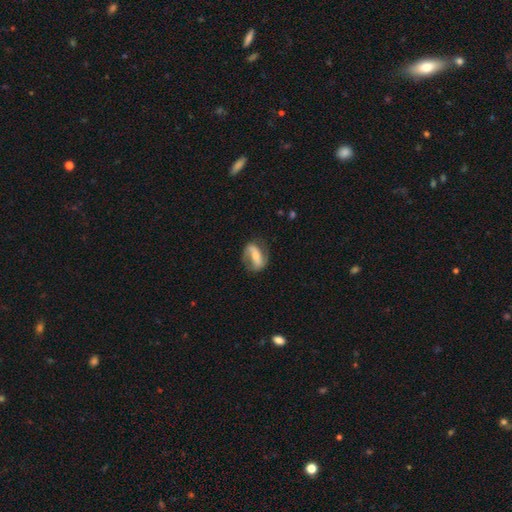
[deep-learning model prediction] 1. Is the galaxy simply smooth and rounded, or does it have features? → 67% featured or disk, 27% smooth, 6% star or artifact.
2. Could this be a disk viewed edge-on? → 92% no, 8% yes.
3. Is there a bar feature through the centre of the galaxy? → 57% strong, 24% weak, 19% no.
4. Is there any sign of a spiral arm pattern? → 79% yes, 21% no.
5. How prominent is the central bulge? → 46% small, 43% moderate, 5% large, 5% none, 2% dominant.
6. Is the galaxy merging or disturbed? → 68% none, 20% minor disturbance, 10% major disturbance, 2% merger.